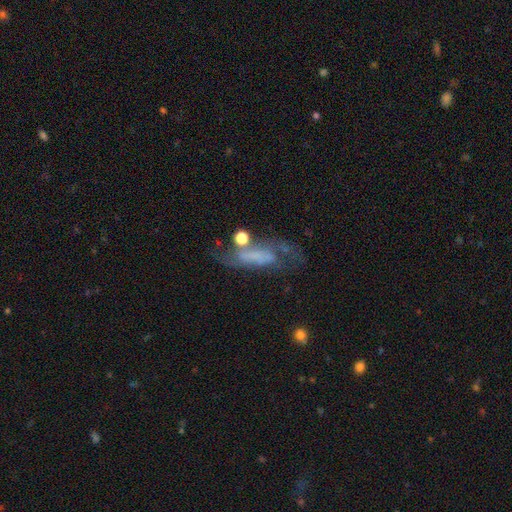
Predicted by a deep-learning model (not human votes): Overall: featured or disk (55%; smooth 30%). Edge-on disk: no (83%). Merging: none (37%; major disturbance 31%).